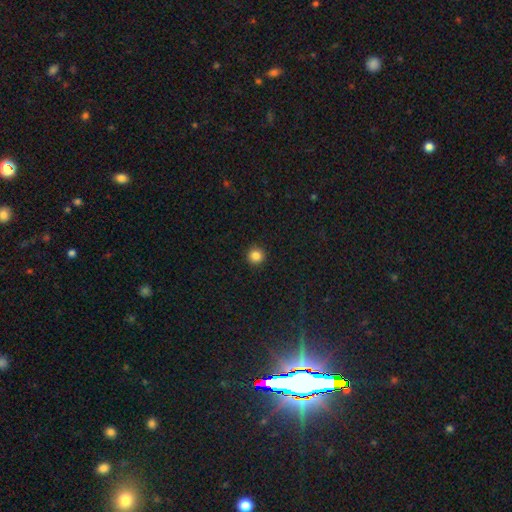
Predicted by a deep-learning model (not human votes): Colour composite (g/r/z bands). It shows a smooth galaxy with no disk features (85%) that is round (96%). Merging: none (93%).